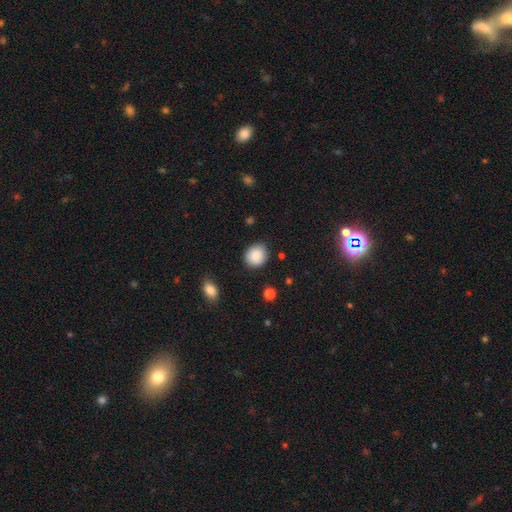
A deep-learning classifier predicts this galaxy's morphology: Overall: smooth (87%). How rounded: round (70%). Merging: none (84%).